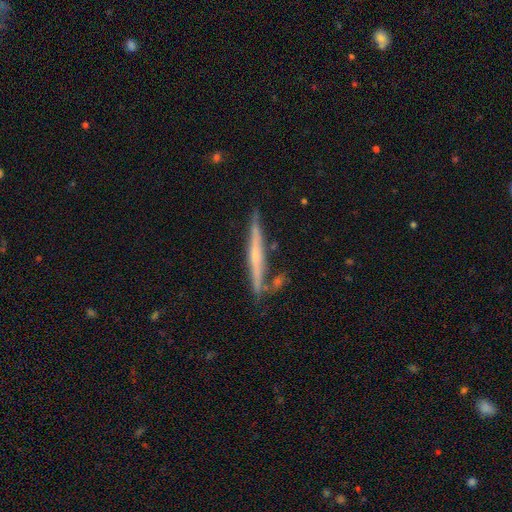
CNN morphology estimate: Smooth or featured? featured or disk (64%)
Edge-on disk? yes (97%)
Edge-on bulge? rounded (47%)
Merging? none (79%)